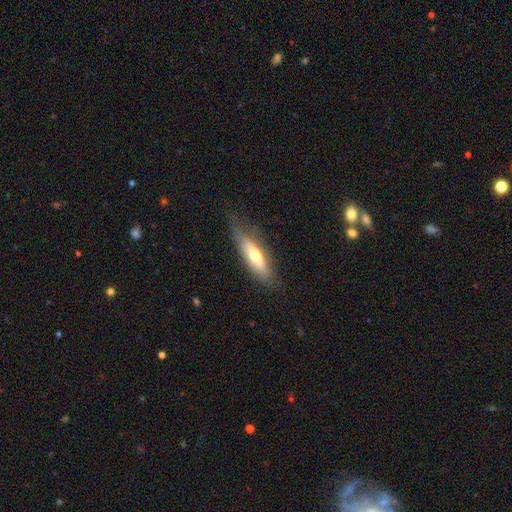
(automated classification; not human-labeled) Smooth or featured: smooth — 56% (featured or disk — 38%)
How rounded: cigar-shaped — 57% (in between — 41%)
Merging: none — 67% (minor disturbance — 23%)